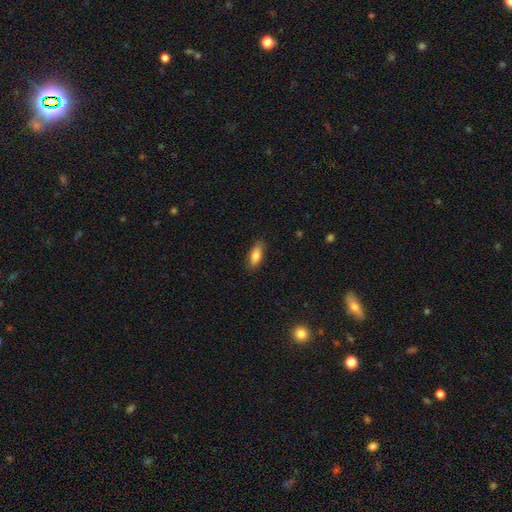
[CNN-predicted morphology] type=smooth (82%); roundness=in between (76%); merging=none (83%).